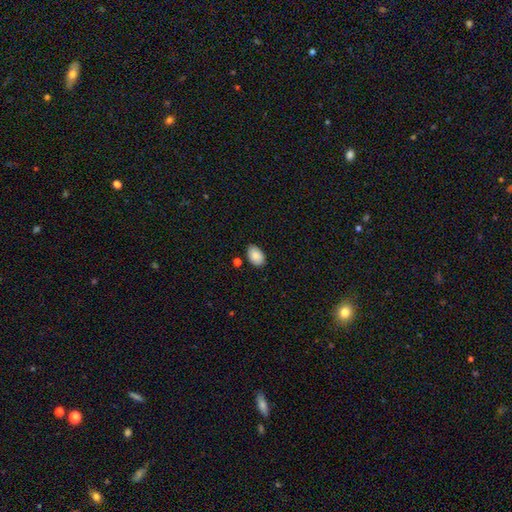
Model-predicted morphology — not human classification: A smooth galaxy with no disk features (87%) that is in between round and cigar-shaped (91%). Merging: none (83%).